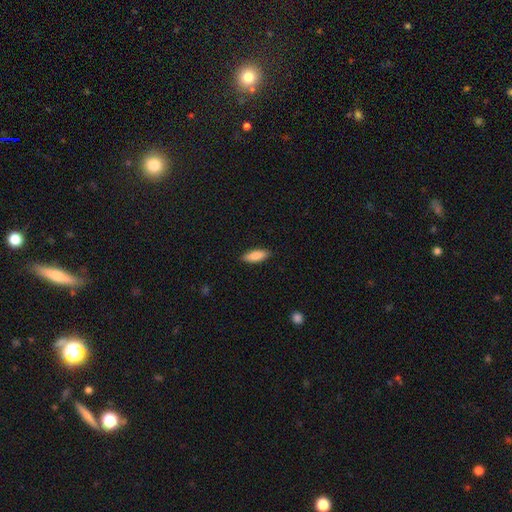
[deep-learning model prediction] Smooth or featured? Predicted: smooth (p=0.86). How rounded? Predicted: in between (p=0.62). Merging? Predicted: none (p=0.89).